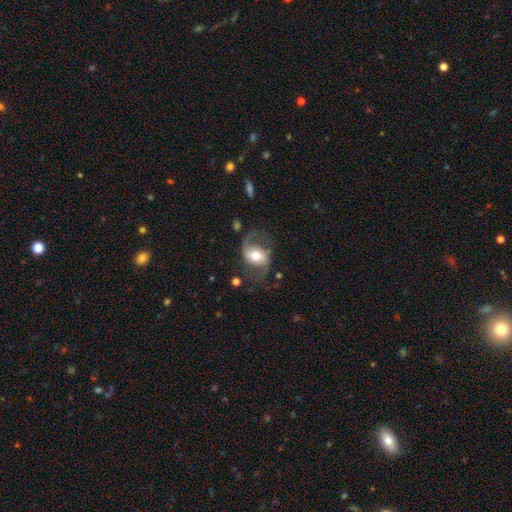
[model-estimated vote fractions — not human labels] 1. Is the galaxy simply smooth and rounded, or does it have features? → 73% featured or disk, 20% smooth, 7% star or artifact.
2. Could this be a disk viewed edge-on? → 96% no, 4% yes.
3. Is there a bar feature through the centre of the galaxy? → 42% no, 36% weak, 22% strong.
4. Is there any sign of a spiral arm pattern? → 89% yes, 11% no.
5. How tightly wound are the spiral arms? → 56% loose, 36% medium, 8% tight.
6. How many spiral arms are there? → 84% 2, 9% 1, 4% can't tell, 1% 3, 1% 4, 1% more than 4.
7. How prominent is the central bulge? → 67% moderate, 16% large, 15% small, 2% dominant, 1% none.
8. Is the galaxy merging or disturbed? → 61% none, 19% major disturbance, 19% minor disturbance, 2% merger.